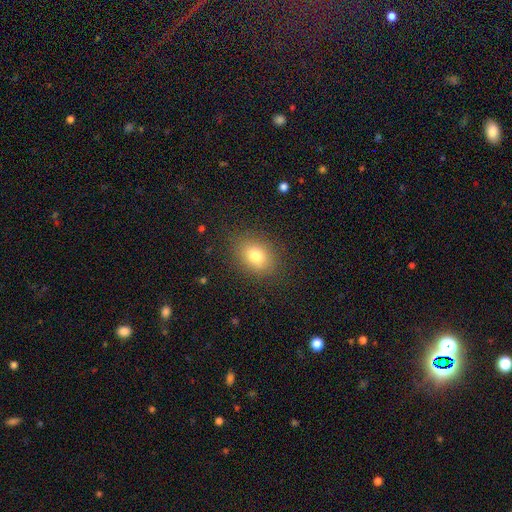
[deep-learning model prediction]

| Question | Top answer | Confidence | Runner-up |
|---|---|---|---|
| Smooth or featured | smooth | 78% | star or artifact (11%) |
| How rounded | in between | 65% | round (34%) |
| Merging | none | 84% | minor disturbance (11%) |